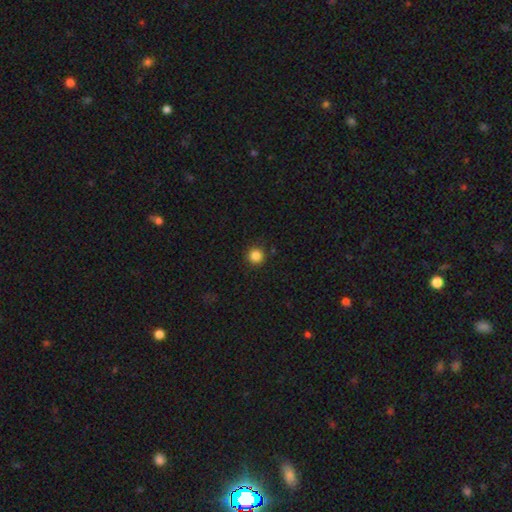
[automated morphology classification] This is clearly a smooth galaxy (85%). How rounded: clearly round (95%). Merging: clearly none (90%).